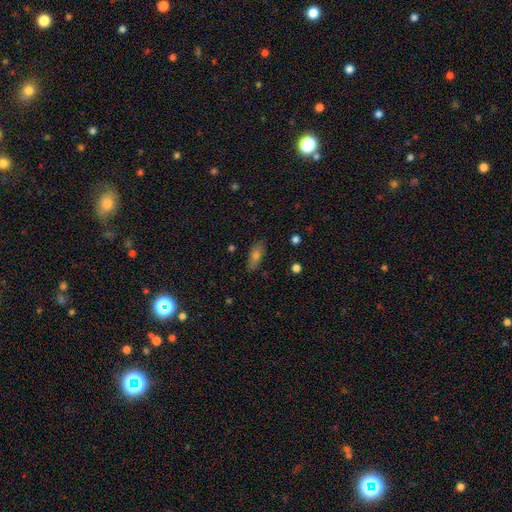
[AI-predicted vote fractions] smooth 64%, featured or disk 24%, star or artifact 12%. Down the decision tree: how rounded — in between (68%); merging — none (83%).